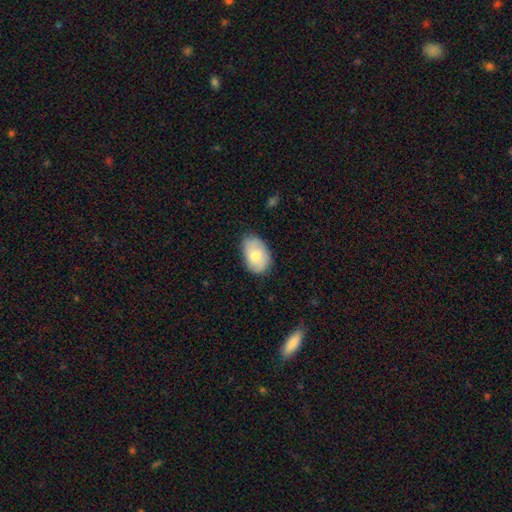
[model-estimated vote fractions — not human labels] A smooth galaxy with no disk features (70%) that is in between round and cigar-shaped (89%).

Vote fractions:
- Smooth or featured? smooth: 70% / featured or disk: 23% / star or artifact: 6%
- How rounded? in between: 89% / round: 10% / cigar-shaped: 1%
- Merging? none: 74% / minor disturbance: 21% / major disturbance: 4% / merger: 1%